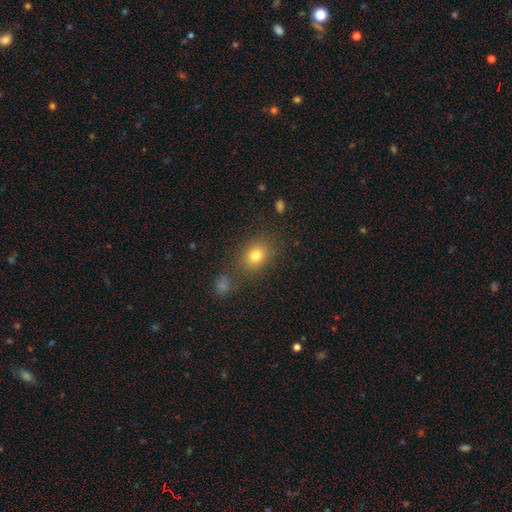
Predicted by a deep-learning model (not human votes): Smooth or featured? smooth (78%)
How rounded? round (52%)
Merging? none (76%)